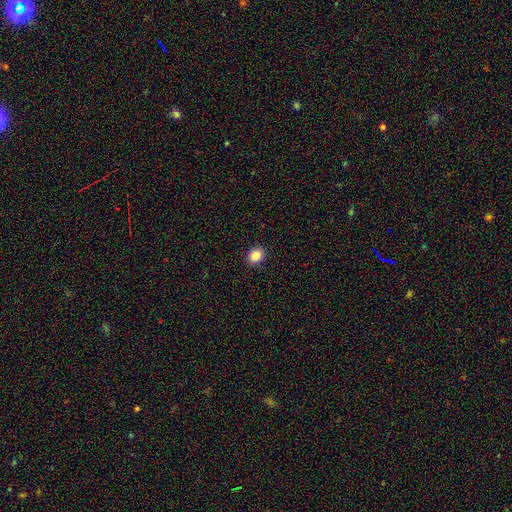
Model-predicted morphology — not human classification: Smooth or featured?
  - smooth: 86% *
  - star or artifact: 10%
  - featured or disk: 4%
How rounded?
  - round: 61% *
  - in between: 38%
  - cigar-shaped: 1%
Merging?
  - none: 92% *
  - minor disturbance: 6%
  - major disturbance: 2%
  - merger: 1%